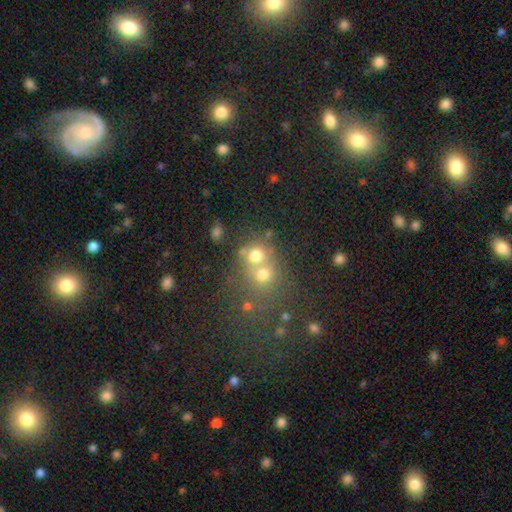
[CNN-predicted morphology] This appears to be a smooth galaxy with no disk features (65%) that is round (76%). Merging: merger (48%).